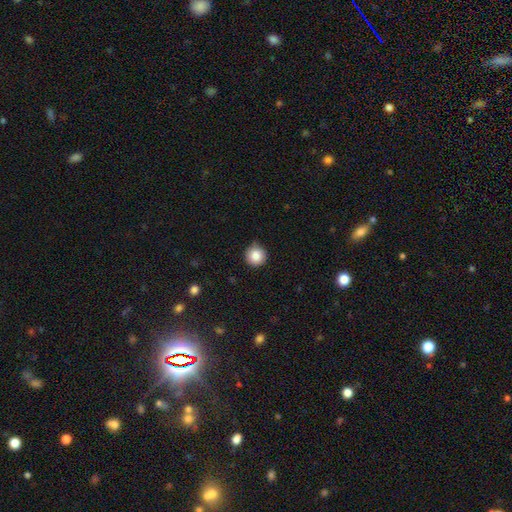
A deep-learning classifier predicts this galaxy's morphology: Smooth or featured: smooth — 85% (star or artifact — 10%)
How rounded: round — 96% (in between — 3%)
Merging: none — 84% (minor disturbance — 12%)